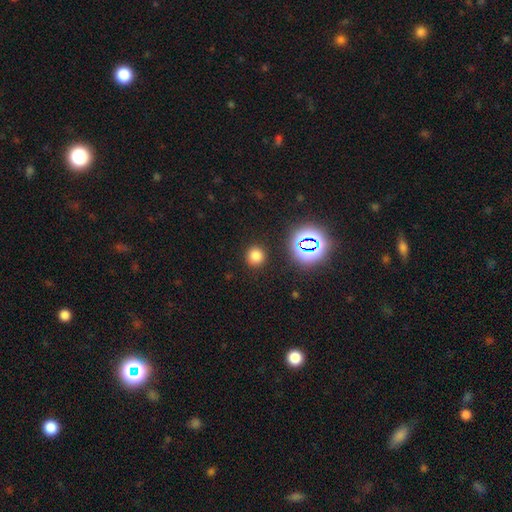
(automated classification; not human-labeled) Q: Smooth or featured?
A: smooth (74%); runner-up: star or artifact (21%)
Q: How rounded?
A: round (90%); runner-up: in between (9%)
Q: Merging?
A: none (89%); runner-up: minor disturbance (7%)